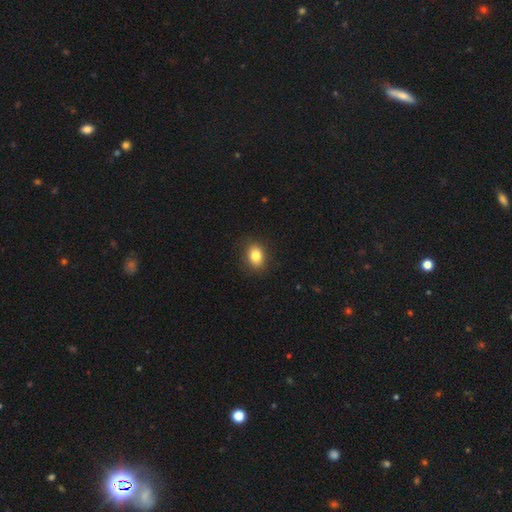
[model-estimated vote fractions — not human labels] The model was most divided on "how rounded": in between: 60%, round: 39%, cigar-shaped: 1%. More confident: merging — none (88%); smooth or featured — smooth (83%).